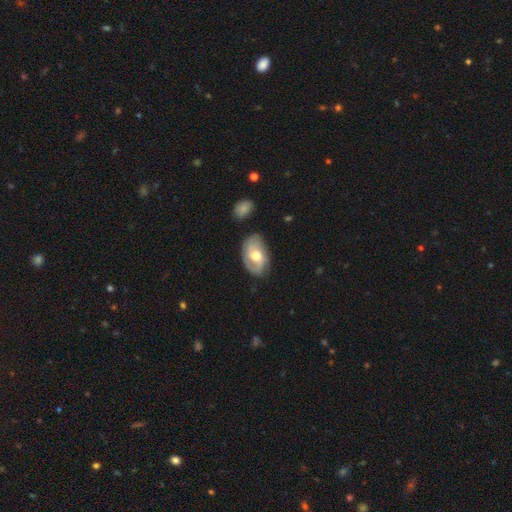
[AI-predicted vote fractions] The model was most divided on "smooth or featured": featured or disk: 59%, smooth: 34%, star or artifact: 6%. More confident: edge-on disk — no (95%); spiral arms — yes (80%); bulge size — moderate (69%); merging — none (68%); bar — no (61%).